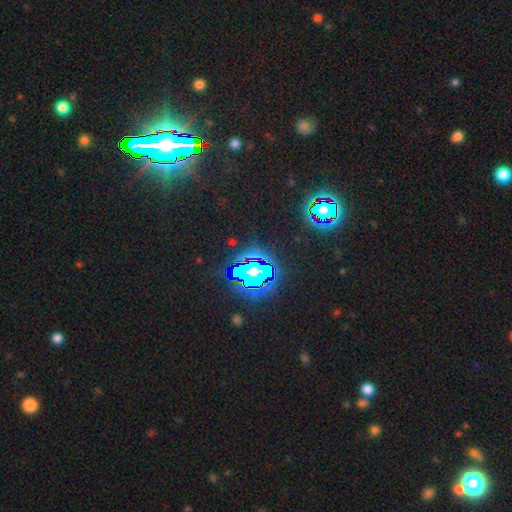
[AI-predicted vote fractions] Overall: star or artifact (83%).